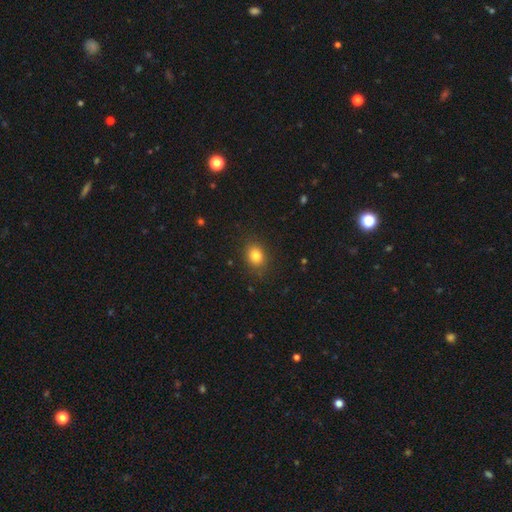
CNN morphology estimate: This is clearly a smooth galaxy (82%). How rounded: possibly in between (51%). Merging: clearly none (84%).